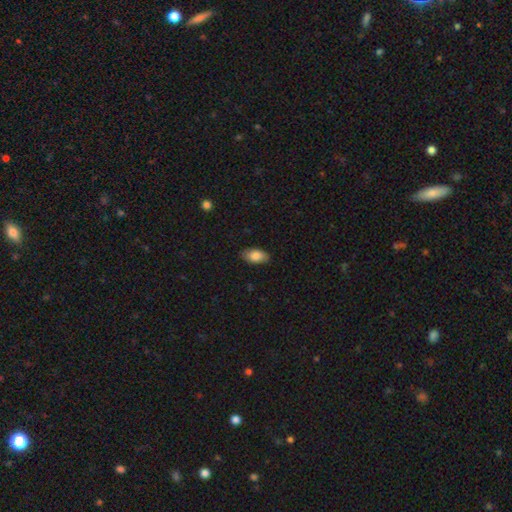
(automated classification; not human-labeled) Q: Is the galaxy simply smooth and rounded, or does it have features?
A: smooth — 83%.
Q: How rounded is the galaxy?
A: in between — 94%.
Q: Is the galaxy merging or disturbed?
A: none — 83%.